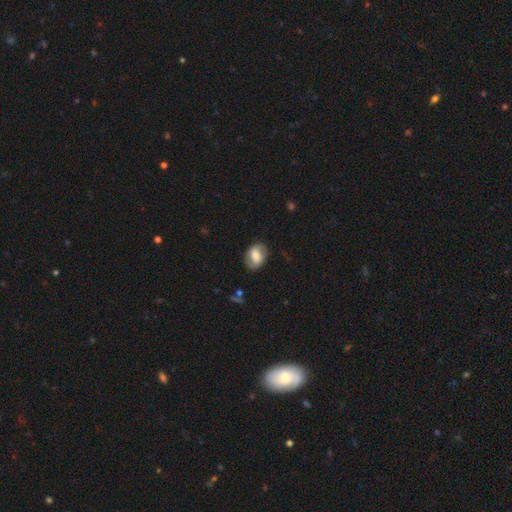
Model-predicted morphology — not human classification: A smooth galaxy with no disk features (50%) that is in between round and cigar-shaped (75%).

Vote fractions:
- Smooth or featured? smooth: 50% / featured or disk: 42% / star or artifact: 8%
- How rounded? in between: 75% / round: 23% / cigar-shaped: 2%
- Merging? none: 80% / minor disturbance: 14% / major disturbance: 4% / merger: 1%